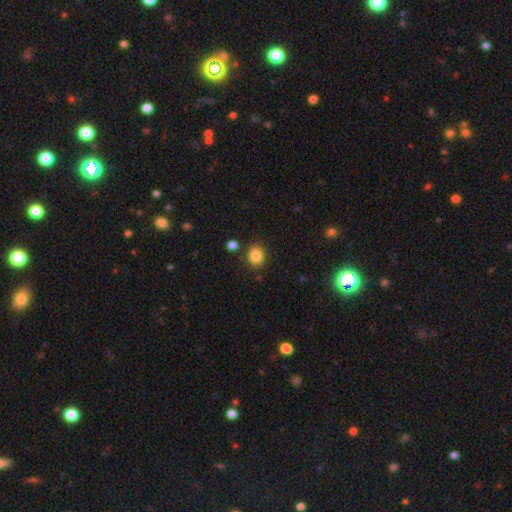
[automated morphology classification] Smooth or featured?
  - smooth: 85% *
  - star or artifact: 10%
  - featured or disk: 4%
How rounded?
  - round: 72% *
  - in between: 27%
  - cigar-shaped: 1%
Merging?
  - none: 84% *
  - minor disturbance: 9%
  - merger: 4%
  - major disturbance: 3%